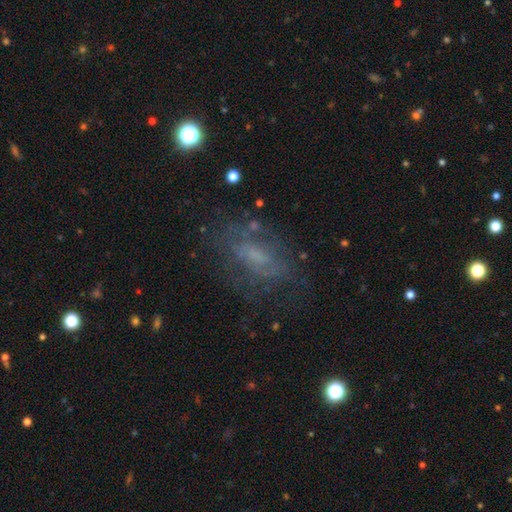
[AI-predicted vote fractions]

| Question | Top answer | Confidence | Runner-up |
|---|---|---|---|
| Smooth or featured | featured or disk | 50% | smooth (35%) |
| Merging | none | 63% | minor disturbance (20%) |